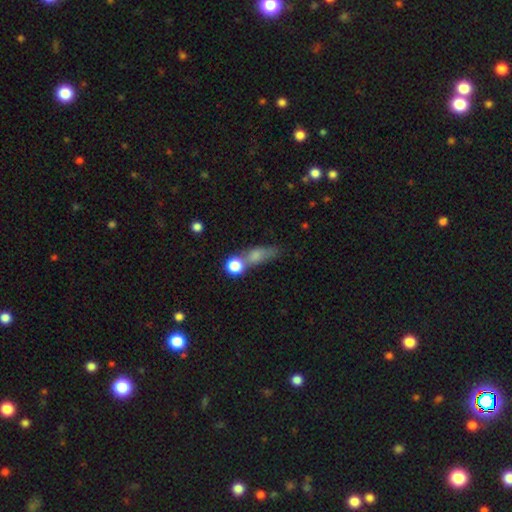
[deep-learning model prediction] smooth_or_featured: smooth (p=0.69) [alt: featured or disk p=0.16]
how_rounded: in between (p=0.46) [alt: cigar-shaped p=0.28]
merging: none (p=0.39) [alt: merger p=0.32]